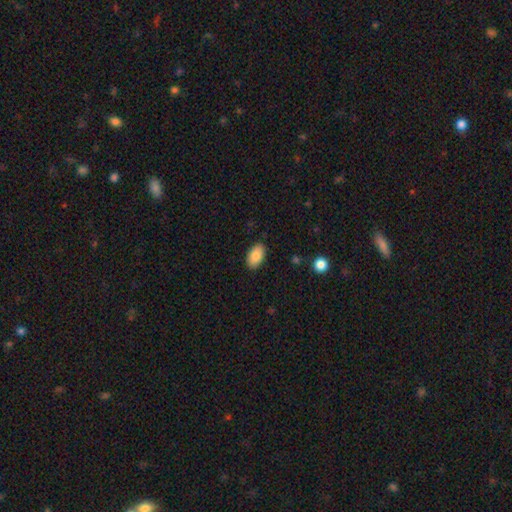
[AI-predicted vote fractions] Smooth or featured? Predicted: smooth (p=0.87). How rounded? Predicted: in between (p=0.94). Merging? Predicted: none (p=0.87).